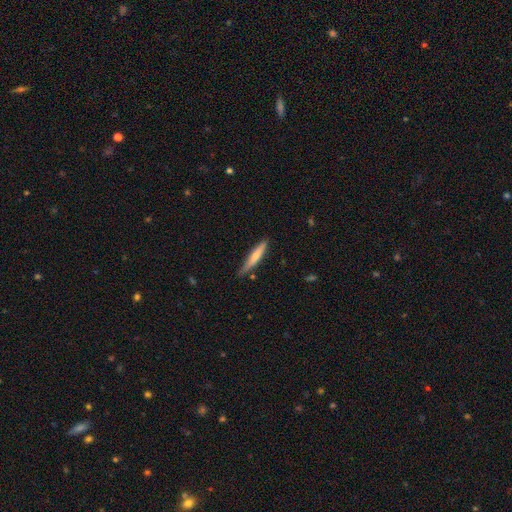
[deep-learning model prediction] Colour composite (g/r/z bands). It shows a smooth galaxy with no disk features (63%) that is cigar-shaped (91%). Merging: none (76%).